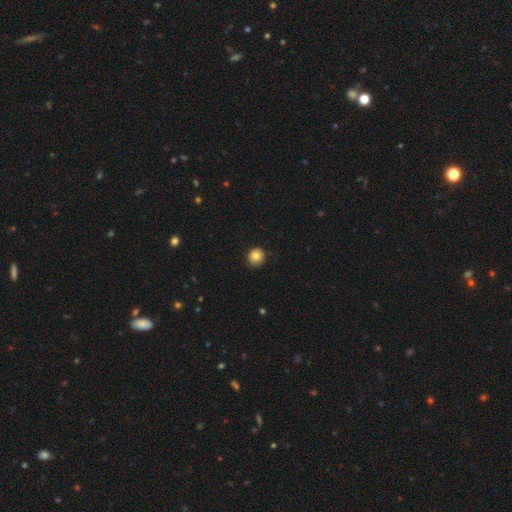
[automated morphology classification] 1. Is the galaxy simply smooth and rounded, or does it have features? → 82% smooth, 9% star or artifact, 8% featured or disk.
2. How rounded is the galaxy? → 89% round, 10% in between, 1% cigar-shaped.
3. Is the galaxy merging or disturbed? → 84% none, 13% minor disturbance, 2% major disturbance, 1% merger.